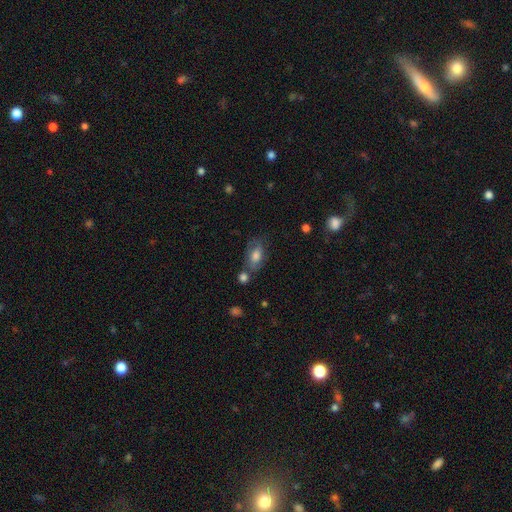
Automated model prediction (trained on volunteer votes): The model was most divided on "smooth or featured": smooth: 64%, featured or disk: 28%, star or artifact: 8%. More confident: how rounded — in between (89%); merging — none (59%).